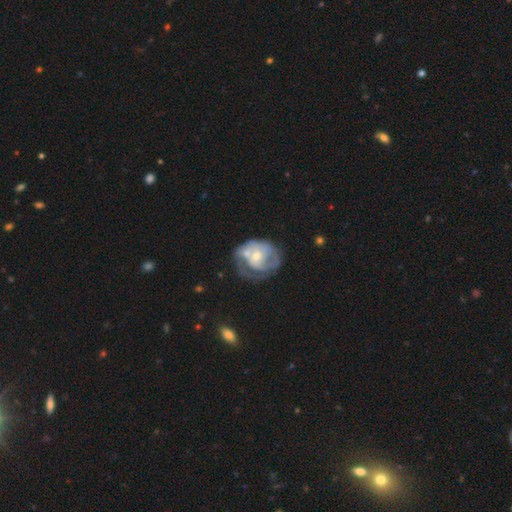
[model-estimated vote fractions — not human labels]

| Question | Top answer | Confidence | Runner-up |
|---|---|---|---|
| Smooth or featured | featured or disk | 73% | smooth (22%) |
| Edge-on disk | no | 98% | yes (2%) |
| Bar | no | 74% | weak (22%) |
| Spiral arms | yes | 72% | no (28%) |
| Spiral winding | tight | 54% | medium (32%) |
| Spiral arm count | can't tell | 38% | 2 (28%) |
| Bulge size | small | 52% | moderate (43%) |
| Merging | none | 34% | major disturbance (24%) |